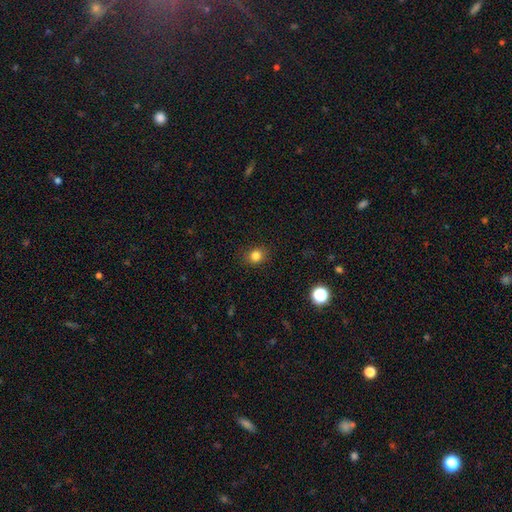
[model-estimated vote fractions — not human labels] Smooth or featured?
  - smooth: 81% *
  - star or artifact: 13%
  - featured or disk: 5%
How rounded?
  - round: 75% *
  - in between: 24%
  - cigar-shaped: 1%
Merging?
  - none: 87% *
  - minor disturbance: 9%
  - major disturbance: 3%
  - merger: 1%